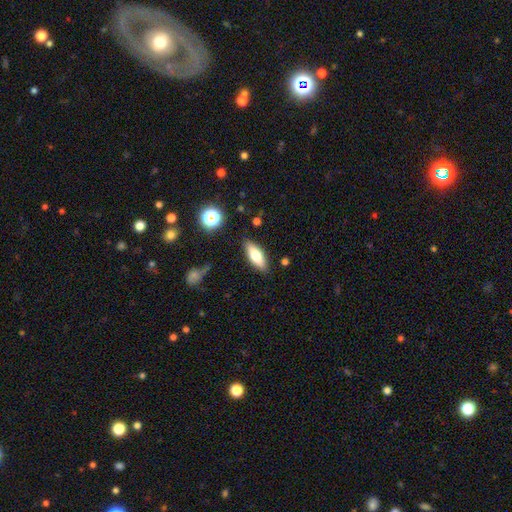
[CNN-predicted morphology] A smooth galaxy with no disk features (66%) that is in between round and cigar-shaped (64%). Merging: none (85%).